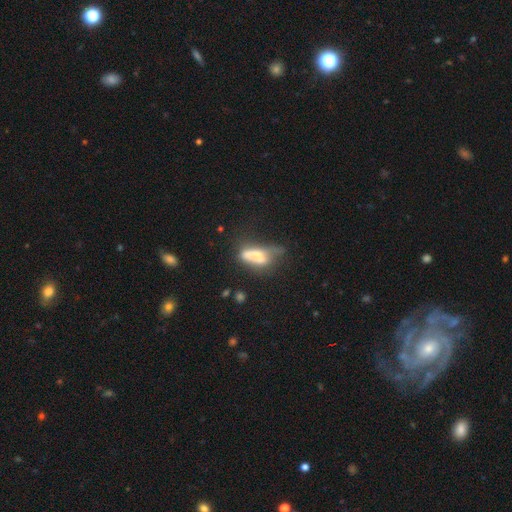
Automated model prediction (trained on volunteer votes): Morphology: type=smooth (53%); roundness=in between (66%); merging=major disturbance (33%).